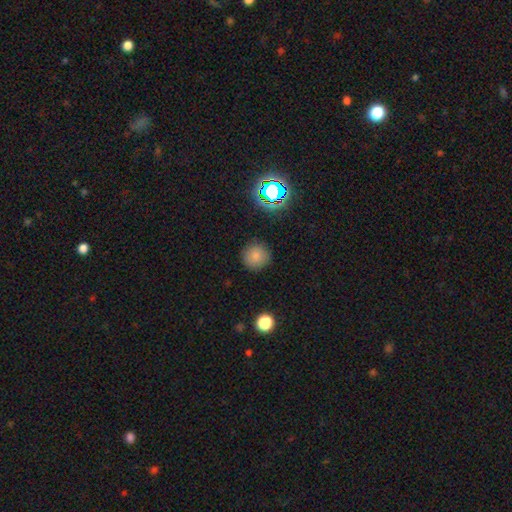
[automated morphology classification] This appears to be a smooth galaxy with no disk features (79%) that is round (94%). Merging: none (89%).